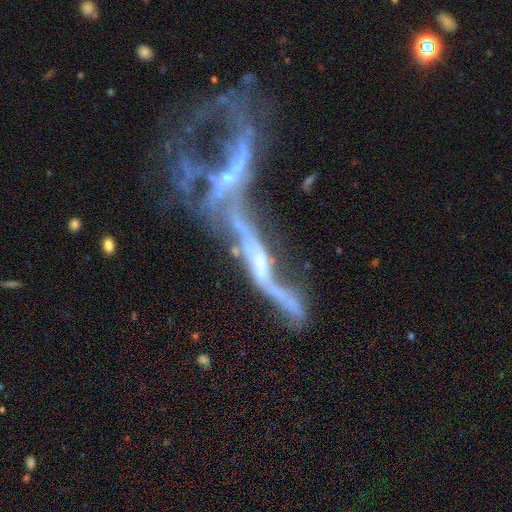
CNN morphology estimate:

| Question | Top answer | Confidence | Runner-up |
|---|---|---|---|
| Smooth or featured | featured or disk | 75% | star or artifact (14%) |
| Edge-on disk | no | 69% | yes (31%) |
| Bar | no | 63% | weak (21%) |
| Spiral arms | yes | 53% | no (47%) |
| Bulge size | small | 46% | none (31%) |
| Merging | merger | 58% | major disturbance (24%) |